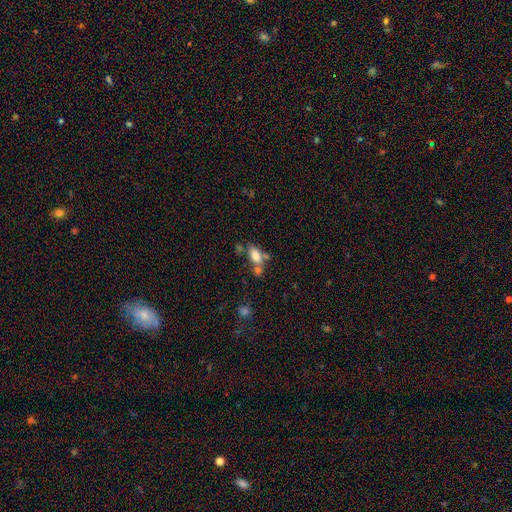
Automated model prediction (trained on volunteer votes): Smooth or featured: smooth — 76% (featured or disk — 14%)
How rounded: in between — 86% (cigar-shaped — 9%)
Merging: none — 44% (merger — 34%)